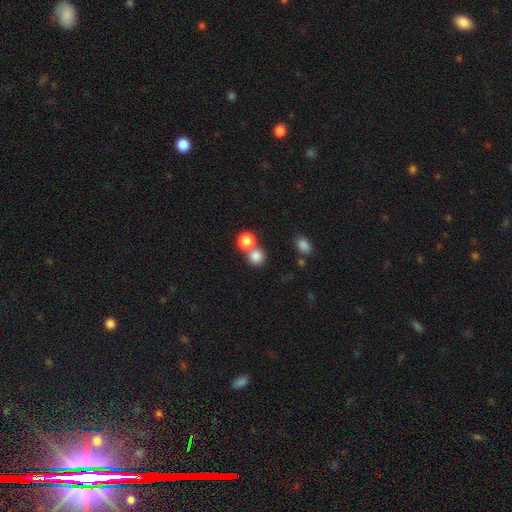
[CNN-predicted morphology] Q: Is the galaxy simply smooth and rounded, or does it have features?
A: smooth — 82%.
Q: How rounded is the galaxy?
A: round — 87%.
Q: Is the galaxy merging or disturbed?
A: none — 52%.